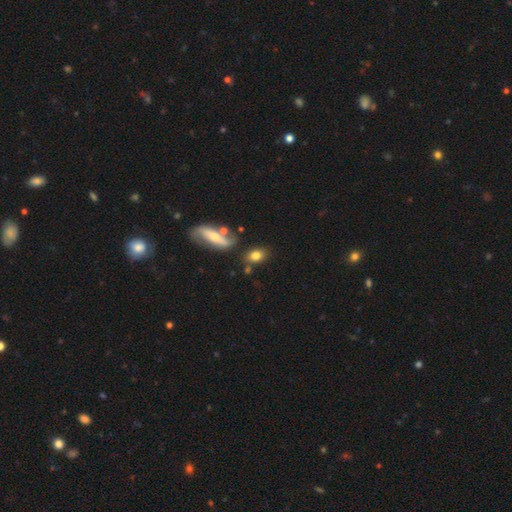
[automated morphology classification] The model was most divided on "how rounded": in between: 72%, round: 24%, cigar-shaped: 4%. More confident: smooth or featured — smooth (79%); merging — none (69%).